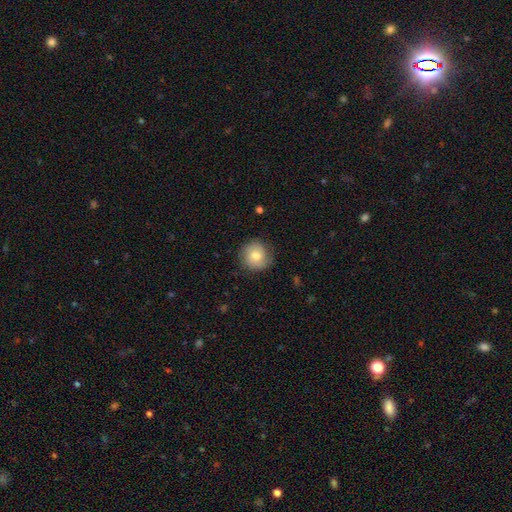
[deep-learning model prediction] The model was most divided on "smooth or featured": smooth: 72%, featured or disk: 20%, star or artifact: 8%. More confident: how rounded — round (92%); merging — none (79%).